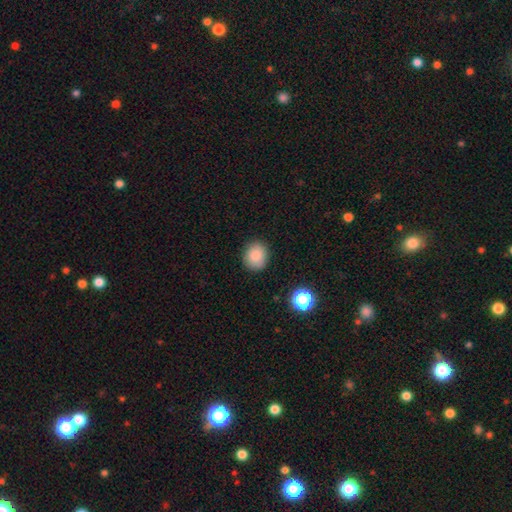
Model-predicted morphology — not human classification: This is clearly a smooth galaxy (86%). How rounded: likely round (74%). Merging: clearly none (87%).